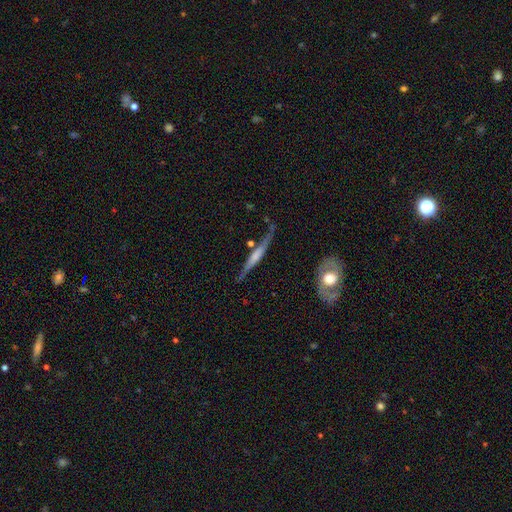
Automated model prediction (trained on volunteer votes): A featured or disk galaxy (63%) viewed edge-on (93%) with a rounded central bulge (40%). Merging: none (70%).